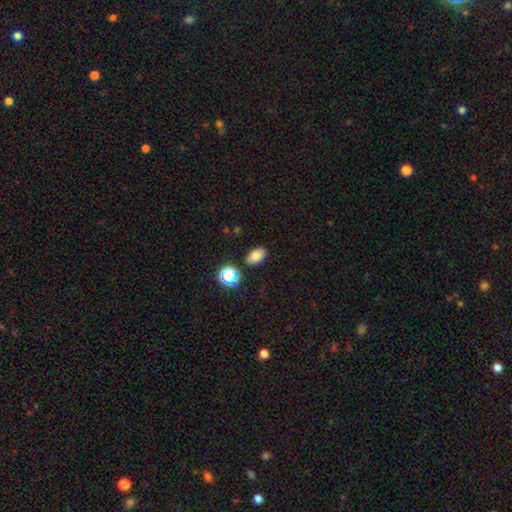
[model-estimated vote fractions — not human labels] Smooth or featured? Predicted: smooth (p=0.81). How rounded? Predicted: in between (p=0.87). Merging? Predicted: none (p=0.84).